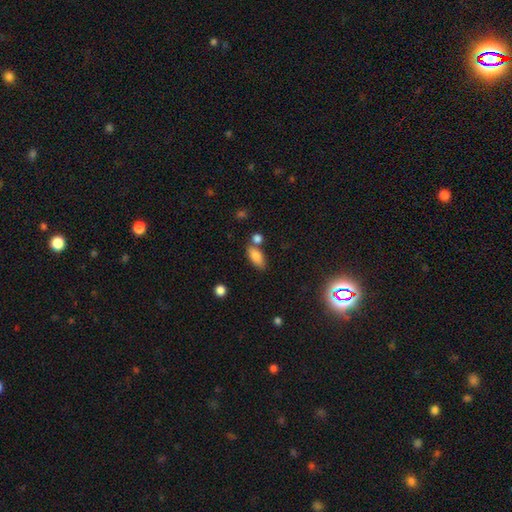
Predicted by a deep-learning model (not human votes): This appears to be a smooth galaxy with no disk features (82%) that is in between round and cigar-shaped (85%). Merging: none (66%).